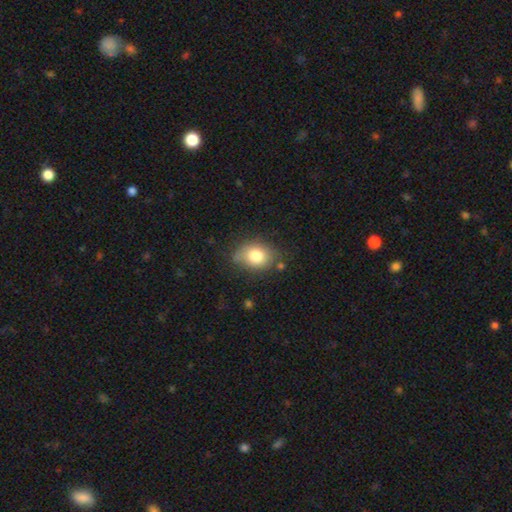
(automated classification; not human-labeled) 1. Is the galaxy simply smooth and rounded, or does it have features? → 79% smooth, 12% featured or disk, 9% star or artifact.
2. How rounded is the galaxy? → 63% in between, 36% round, 1% cigar-shaped.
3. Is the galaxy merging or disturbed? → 68% none, 23% minor disturbance, 6% major disturbance, 4% merger.